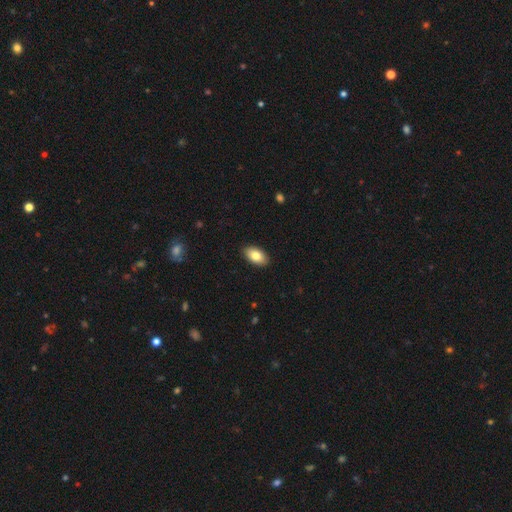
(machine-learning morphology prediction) The model was most divided on "smooth or featured": smooth: 81%, featured or disk: 12%, star or artifact: 7%. More confident: how rounded — in between (94%); merging — none (90%).